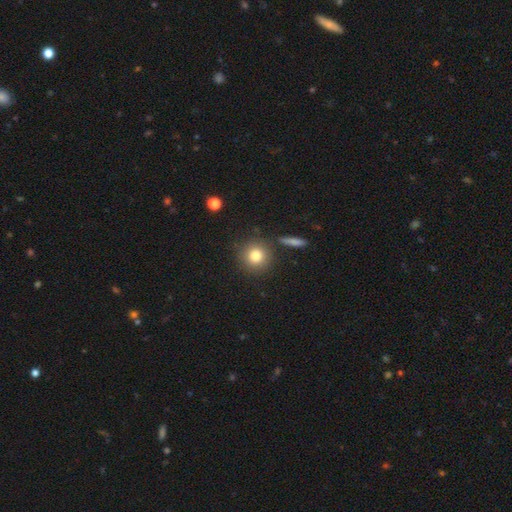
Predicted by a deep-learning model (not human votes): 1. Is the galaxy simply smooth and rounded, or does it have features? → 80% smooth, 11% star or artifact, 9% featured or disk.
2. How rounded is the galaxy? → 92% round, 7% in between, 1% cigar-shaped.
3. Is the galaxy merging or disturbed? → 85% none, 8% minor disturbance, 5% merger, 3% major disturbance.